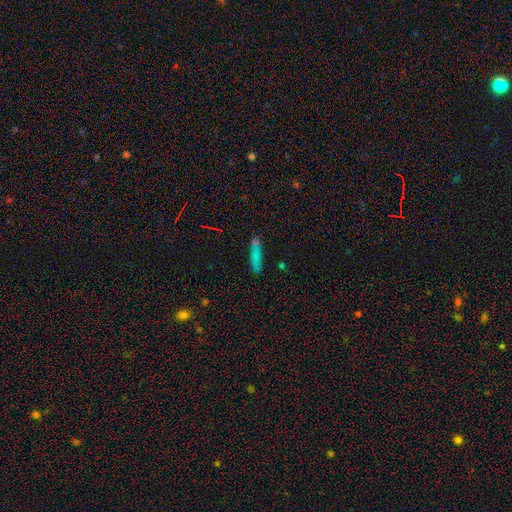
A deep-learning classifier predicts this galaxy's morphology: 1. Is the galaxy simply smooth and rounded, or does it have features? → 69% smooth, 16% star or artifact, 15% featured or disk.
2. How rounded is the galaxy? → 81% cigar-shaped, 16% in between, 3% round.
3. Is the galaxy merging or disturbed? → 74% none, 13% minor disturbance, 8% merger, 4% major disturbance.